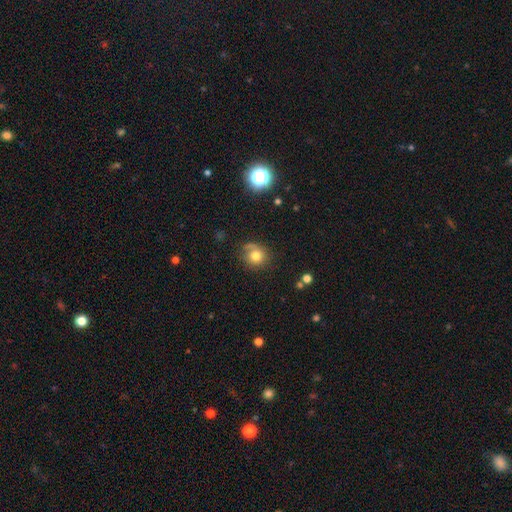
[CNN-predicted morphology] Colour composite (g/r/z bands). It shows a smooth galaxy with no disk features (76%) that is round (81%). Merging: none (65%).